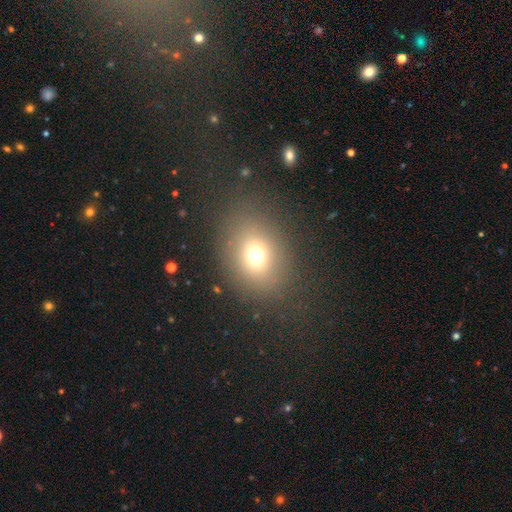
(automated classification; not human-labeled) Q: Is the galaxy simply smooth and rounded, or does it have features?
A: smooth — 68%.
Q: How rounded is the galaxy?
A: round — 55%.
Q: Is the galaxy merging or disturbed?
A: none — 77%.